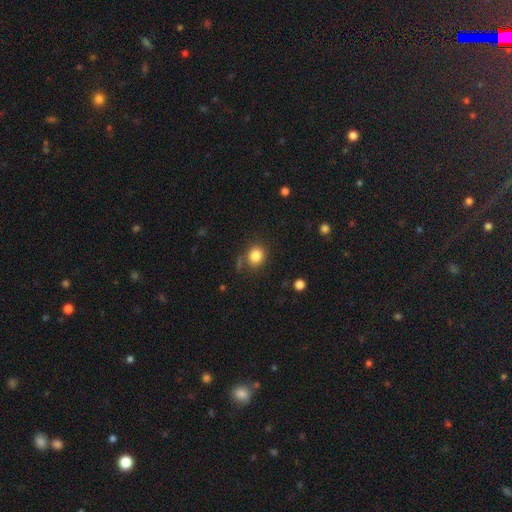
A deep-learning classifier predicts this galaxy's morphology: Smooth or featured: smooth — 84% (star or artifact — 11%)
How rounded: round — 78% (in between — 21%)
Merging: none — 76% (minor disturbance — 13%)